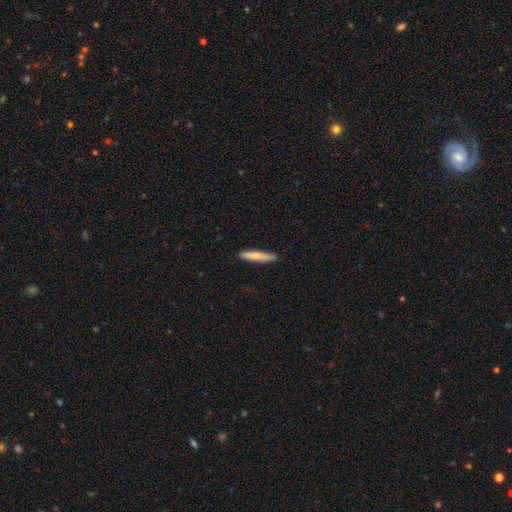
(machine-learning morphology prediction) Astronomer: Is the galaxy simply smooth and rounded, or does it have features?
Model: smooth — 78%.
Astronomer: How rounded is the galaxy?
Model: cigar-shaped — 94%.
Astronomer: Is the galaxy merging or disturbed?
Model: none — 87%.